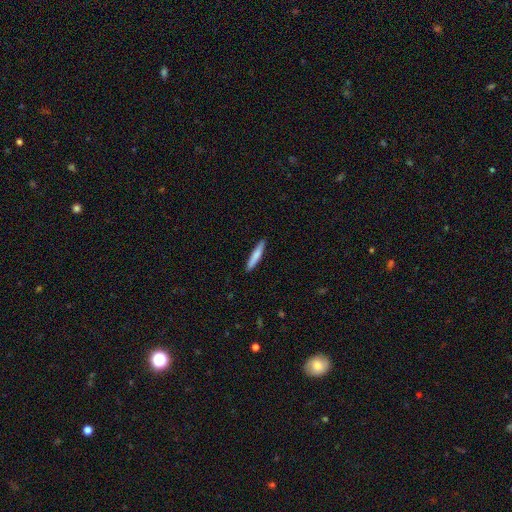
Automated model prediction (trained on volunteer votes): A smooth galaxy with no disk features (76%) that is cigar-shaped (93%). Merging: none (90%).